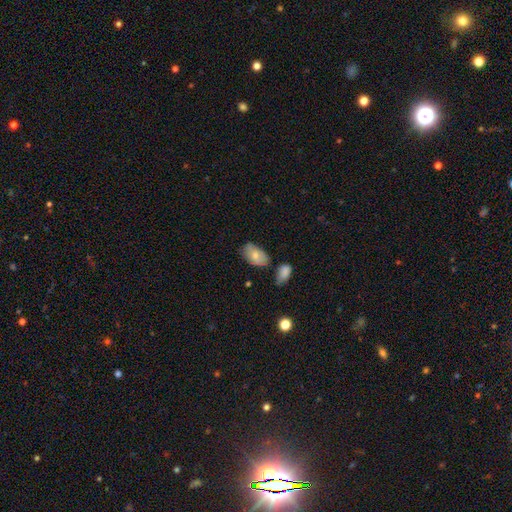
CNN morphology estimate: This is likely a smooth galaxy (74%). How rounded: clearly in between (93%). Merging: possibly none (56%).